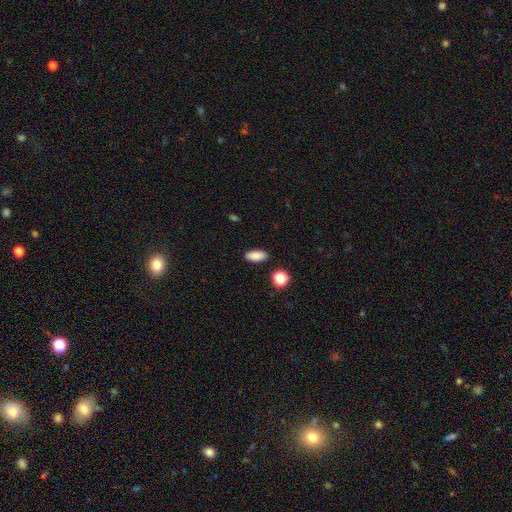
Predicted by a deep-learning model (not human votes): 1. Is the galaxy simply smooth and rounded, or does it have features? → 87% smooth, 9% star or artifact, 5% featured or disk.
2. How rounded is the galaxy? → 87% in between, 9% cigar-shaped, 4% round.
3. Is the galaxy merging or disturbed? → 88% none, 8% minor disturbance, 2% major disturbance, 2% merger.